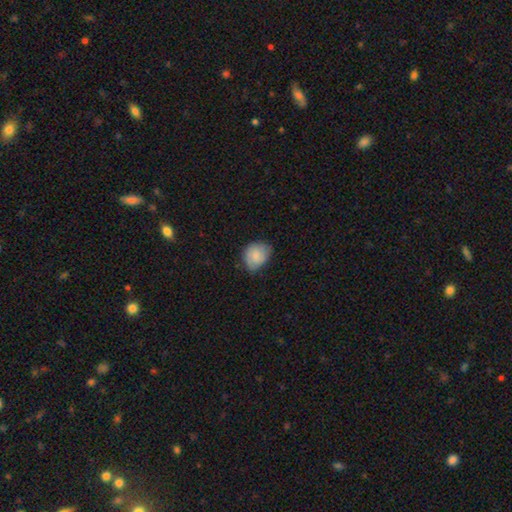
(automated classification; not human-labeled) This appears to be a smooth galaxy with no disk features (77%) that is round (57%). Merging: none (58%).